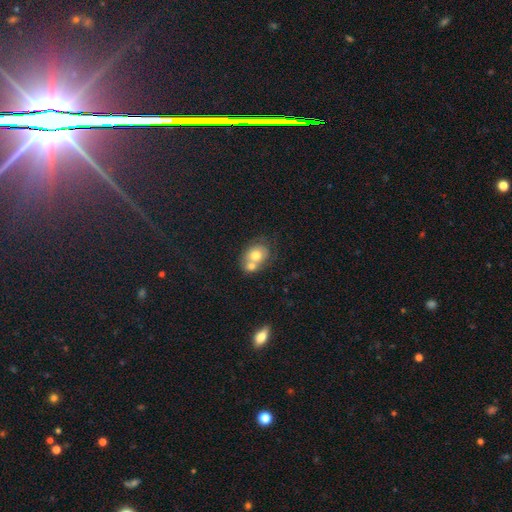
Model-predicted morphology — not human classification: The model was most divided on "how rounded": round: 54%, in between: 45%, cigar-shaped: 1%. More confident: smooth or featured — smooth (68%); merging — merger (59%).